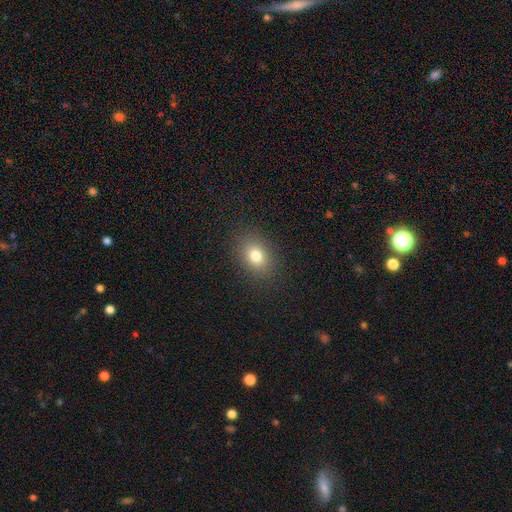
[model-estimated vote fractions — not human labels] A smooth galaxy with no disk features (78%) that is in between round and cigar-shaped (63%). Merging: none (87%).